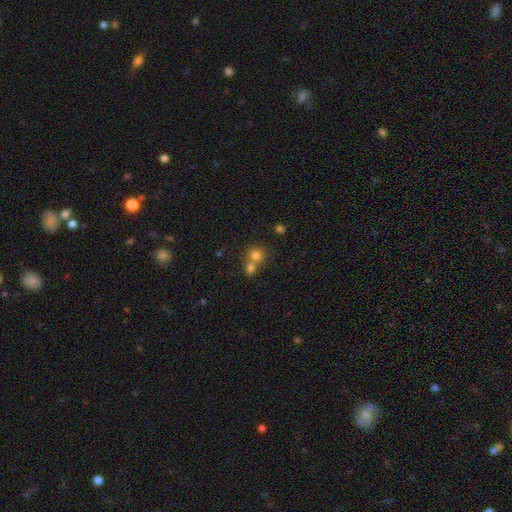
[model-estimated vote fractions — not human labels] Smooth or featured: smooth — 75% (star or artifact — 14%)
How rounded: round — 83% (in between — 16%)
Merging: merger — 54% (none — 39%)